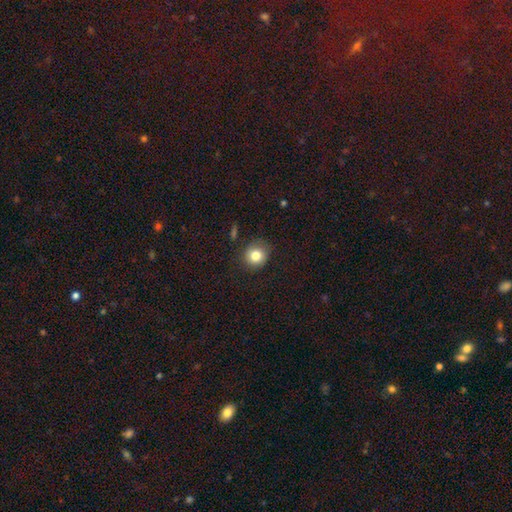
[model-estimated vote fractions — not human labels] Morphology: type=smooth (82%); roundness=round (84%); merging=none (84%).